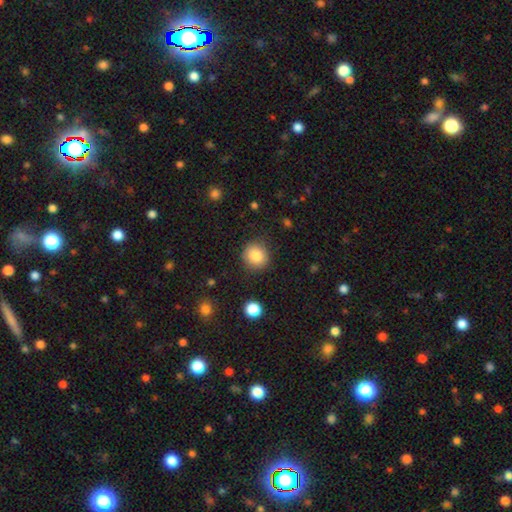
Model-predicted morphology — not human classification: Q: Smooth or featured?
A: smooth (83%); runner-up: star or artifact (10%)
Q: How rounded?
A: round (89%); runner-up: in between (10%)
Q: Merging?
A: none (88%); runner-up: minor disturbance (8%)